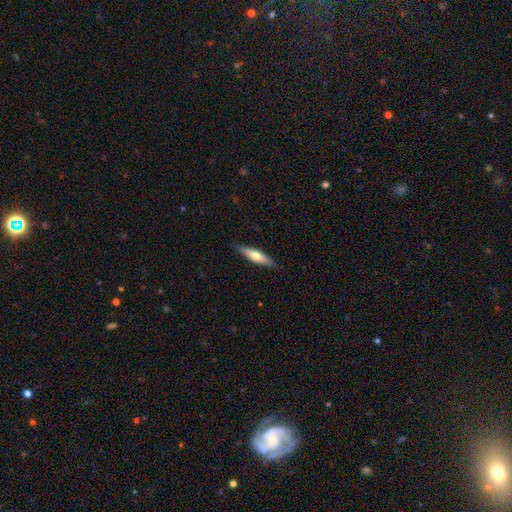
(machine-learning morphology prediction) Smooth or featured? Predicted: smooth (p=0.49). Merging? Predicted: none (p=0.88).